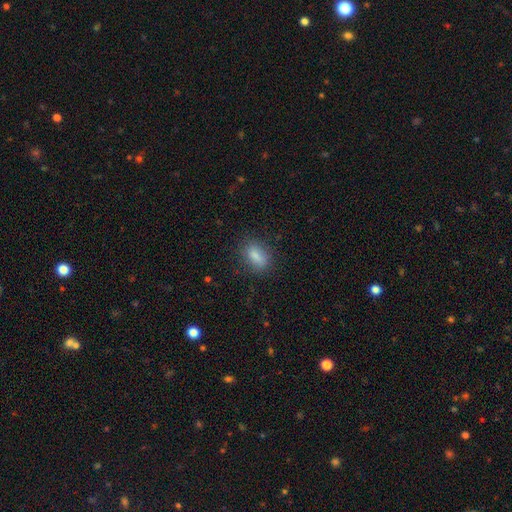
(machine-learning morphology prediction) A smooth galaxy with no disk features (83%) that is in between round and cigar-shaped (81%). Merging: none (82%).